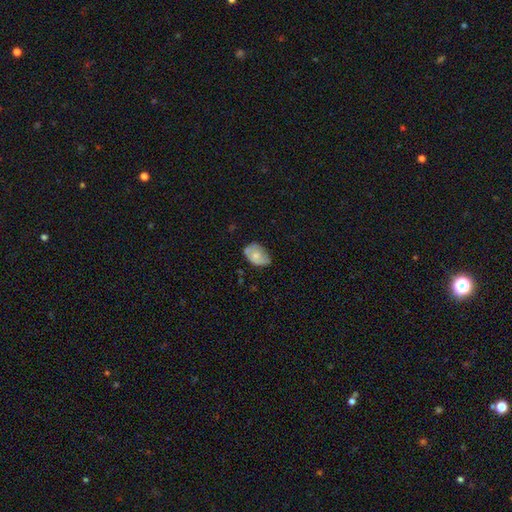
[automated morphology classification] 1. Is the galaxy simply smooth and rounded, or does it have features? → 63% smooth, 30% featured or disk, 7% star or artifact.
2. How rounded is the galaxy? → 83% in between, 16% round, 1% cigar-shaped.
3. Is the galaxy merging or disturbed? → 53% none, 35% minor disturbance, 9% major disturbance, 2% merger.